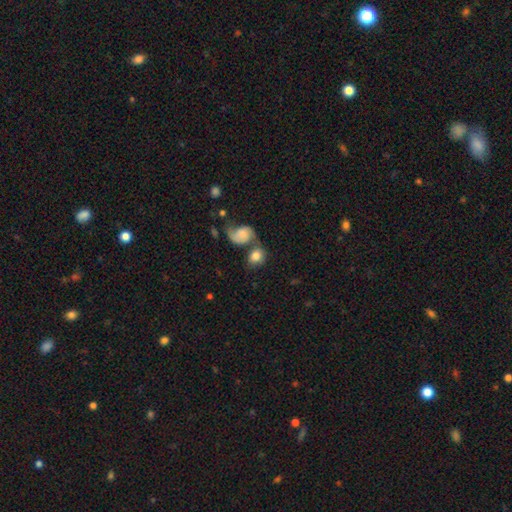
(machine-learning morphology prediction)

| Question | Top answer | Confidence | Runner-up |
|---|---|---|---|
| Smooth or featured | smooth | 73% | featured or disk (19%) |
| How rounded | round | 60% | in between (39%) |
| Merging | merger | 45% | none (36%) |